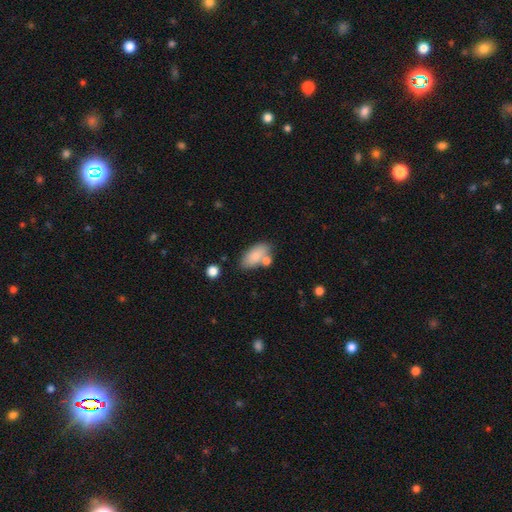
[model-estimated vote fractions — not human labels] A smooth galaxy with no disk features (82%) that is in between round and cigar-shaped (91%). Merging: none (64%).